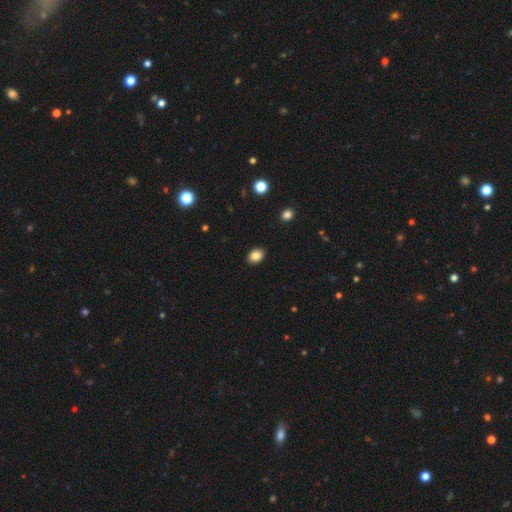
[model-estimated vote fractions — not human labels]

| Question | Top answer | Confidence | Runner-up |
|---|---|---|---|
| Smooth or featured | smooth | 85% | star or artifact (9%) |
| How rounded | in between | 69% | round (30%) |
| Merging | none | 90% | minor disturbance (8%) |